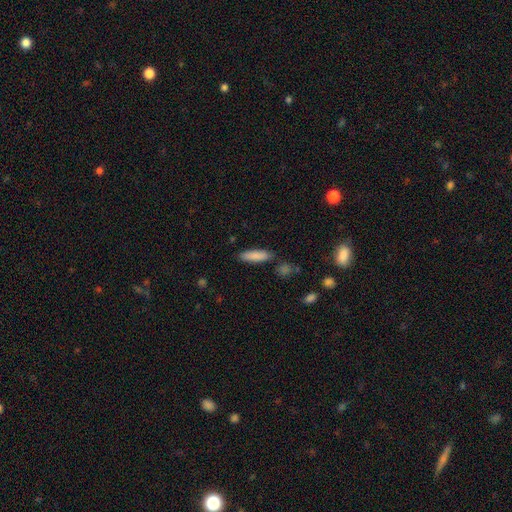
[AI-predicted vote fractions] A smooth galaxy with no disk features (86%) that is cigar-shaped (59%).

Vote fractions:
- Smooth or featured? smooth: 86% / featured or disk: 7% / star or artifact: 7%
- How rounded? cigar-shaped: 59% / in between: 39% / round: 2%
- Merging? none: 81% / minor disturbance: 11% / merger: 5% / major disturbance: 3%